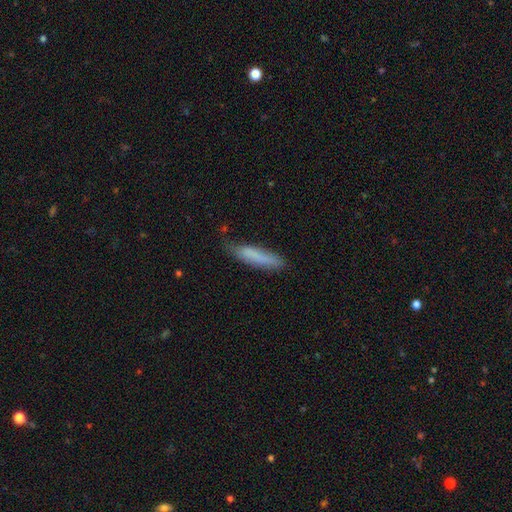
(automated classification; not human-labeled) Smooth or featured?
  - smooth: 77% *
  - featured or disk: 16%
  - star or artifact: 7%
How rounded?
  - cigar-shaped: 83% *
  - in between: 16%
  - round: 1%
Merging?
  - none: 64% *
  - minor disturbance: 27%
  - major disturbance: 7%
  - merger: 2%